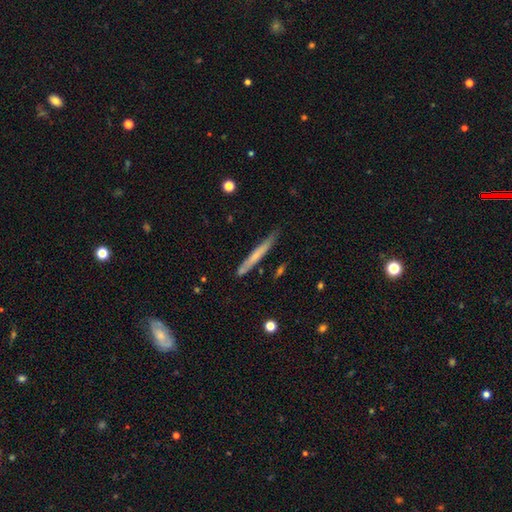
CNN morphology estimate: A smooth galaxy with no disk features (53%) that is cigar-shaped (96%). Merging: none (81%).